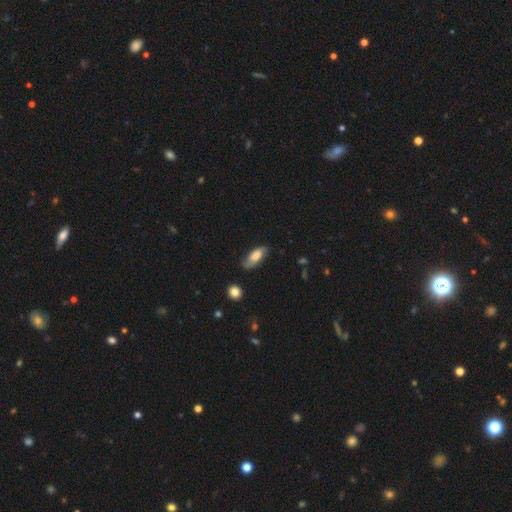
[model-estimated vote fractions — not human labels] Morphology: type=smooth (63%); roundness=in between (81%); merging=none (70%).